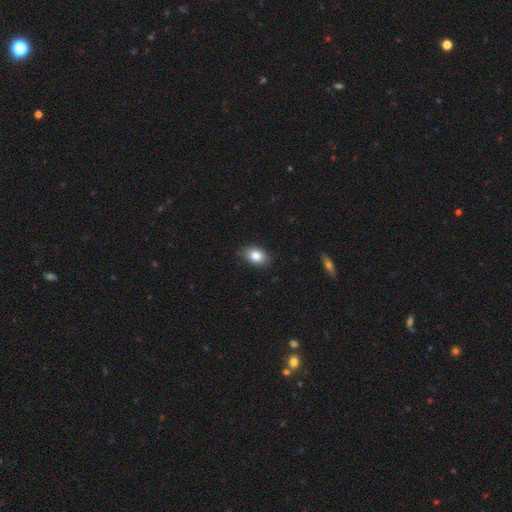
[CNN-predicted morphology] Smooth or featured?
  - smooth: 84% *
  - featured or disk: 8%
  - star or artifact: 8%
How rounded?
  - in between: 85% *
  - round: 14%
  - cigar-shaped: 1%
Merging?
  - none: 85% *
  - minor disturbance: 12%
  - major disturbance: 2%
  - merger: 1%